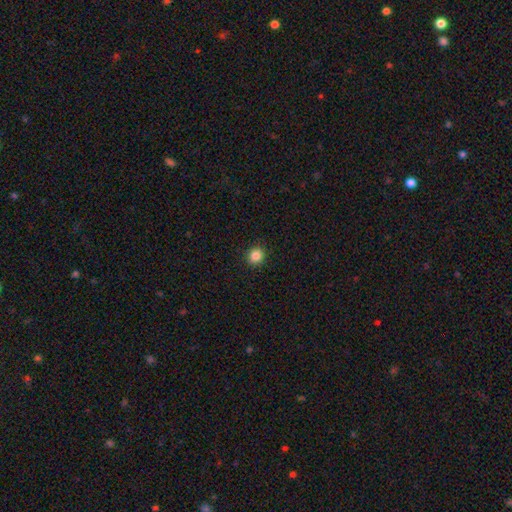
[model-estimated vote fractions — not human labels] Q: Smooth or featured?
A: smooth (86%); runner-up: star or artifact (11%)
Q: How rounded?
A: round (90%); runner-up: in between (10%)
Q: Merging?
A: none (92%); runner-up: minor disturbance (5%)